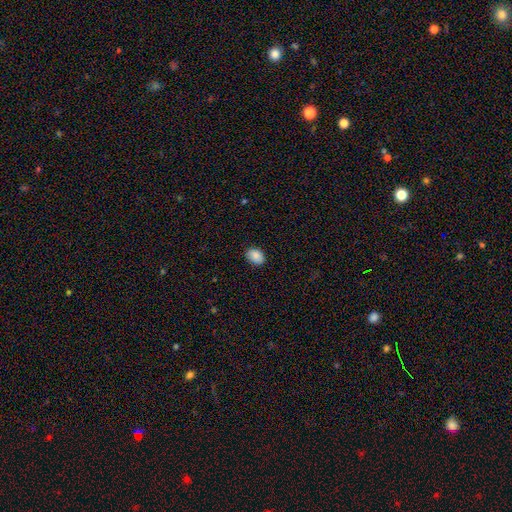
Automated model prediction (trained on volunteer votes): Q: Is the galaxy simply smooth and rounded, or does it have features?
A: smooth — 88%.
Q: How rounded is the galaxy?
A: in between — 73%.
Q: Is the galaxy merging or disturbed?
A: none — 86%.